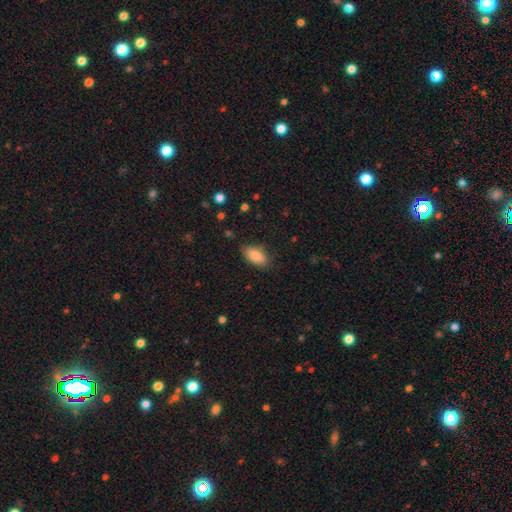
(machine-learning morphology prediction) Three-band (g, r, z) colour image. It shows a smooth galaxy with no disk features (86%) that is in between round and cigar-shaped (91%). Merging: none (81%).